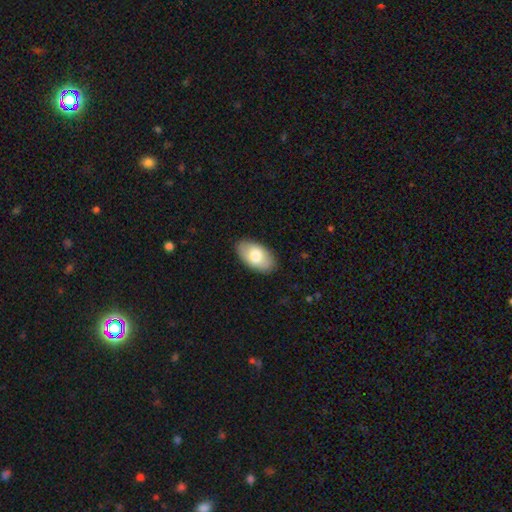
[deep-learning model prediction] Smooth or featured: smooth — 76% (featured or disk — 18%)
How rounded: in between — 95% (round — 3%)
Merging: none — 87% (minor disturbance — 10%)